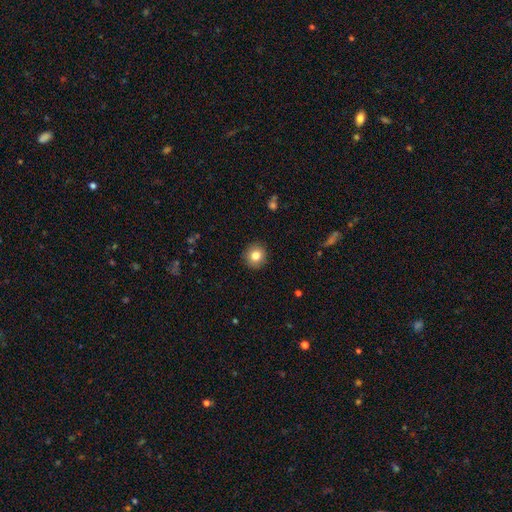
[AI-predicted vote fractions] smooth-or-featured: smooth: 82% | star or artifact: 10% | featured or disk: 8%
  how-rounded: round: 92% | in between: 7% | cigar-shaped: 1%
  merging: none: 91% | minor disturbance: 6% | major disturbance: 2% | merger: 1%